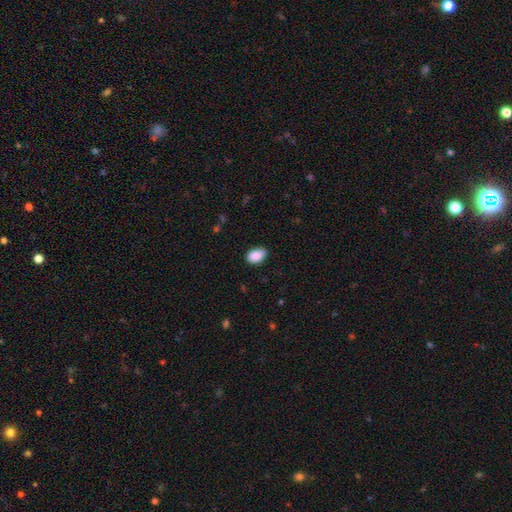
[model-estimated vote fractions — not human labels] Smooth or featured?
  - smooth: 89% *
  - star or artifact: 7%
  - featured or disk: 4%
How rounded?
  - in between: 89% *
  - round: 10%
  - cigar-shaped: 1%
Merging?
  - none: 78% *
  - minor disturbance: 18%
  - major disturbance: 3%
  - merger: 1%